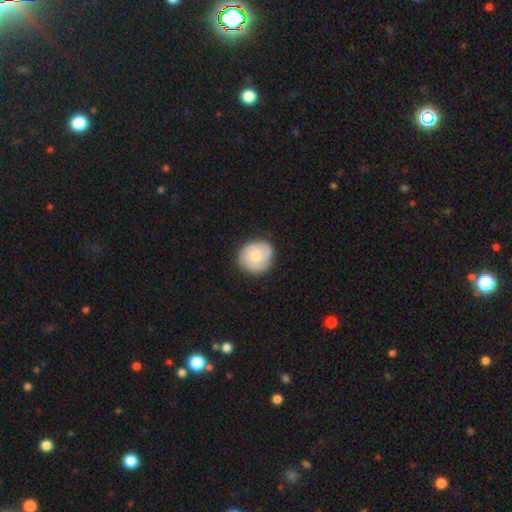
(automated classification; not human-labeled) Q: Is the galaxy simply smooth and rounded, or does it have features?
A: smooth — 51%.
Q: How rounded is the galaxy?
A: round — 84%.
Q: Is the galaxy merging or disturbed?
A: none — 80%.